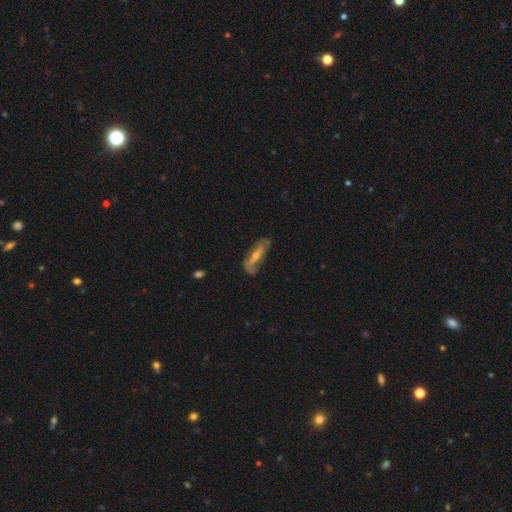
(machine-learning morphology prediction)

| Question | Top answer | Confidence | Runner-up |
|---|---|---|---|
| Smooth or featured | featured or disk | 65% | smooth (26%) |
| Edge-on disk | no | 63% | yes (37%) |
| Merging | none | 62% | minor disturbance (24%) |